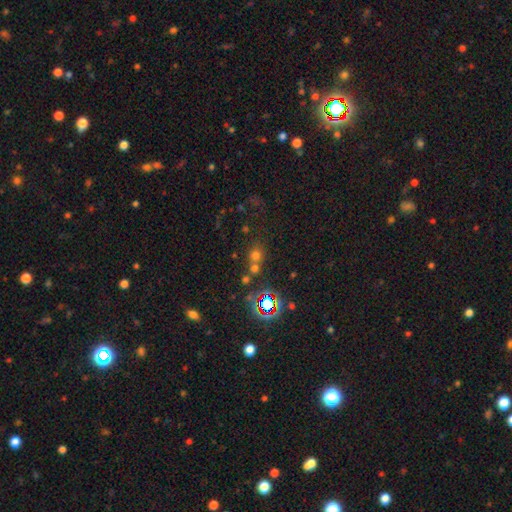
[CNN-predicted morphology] smooth_or_featured: smooth (p=0.55) [alt: star or artifact p=0.35]
how_rounded: round (p=0.84) [alt: in between p=0.15]
merging: none (p=0.52) [alt: merger p=0.35]